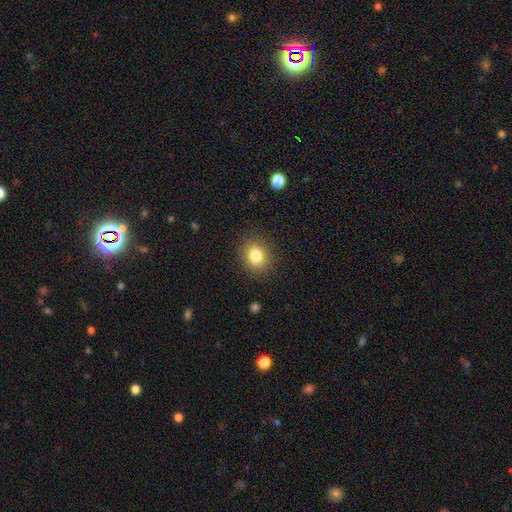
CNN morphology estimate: A smooth galaxy with no disk features (82%) that is round (70%). Merging: none (88%).